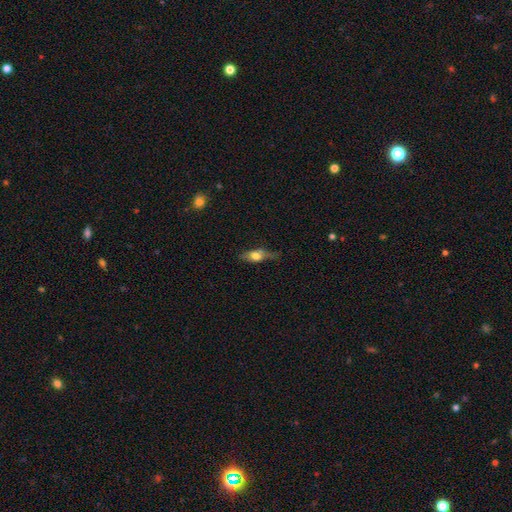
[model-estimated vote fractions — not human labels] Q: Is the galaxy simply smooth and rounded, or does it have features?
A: smooth — 54%.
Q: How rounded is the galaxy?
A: in between — 60%.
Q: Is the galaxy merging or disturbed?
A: none — 53%.